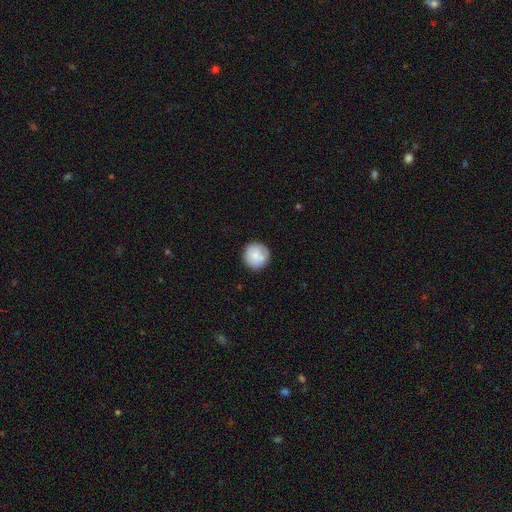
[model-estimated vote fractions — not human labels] smooth_or_featured: smooth (p=0.77) [alt: featured or disk p=0.17]
how_rounded: round (p=0.95) [alt: in between p=0.04]
merging: none (p=0.83) [alt: minor disturbance p=0.12]